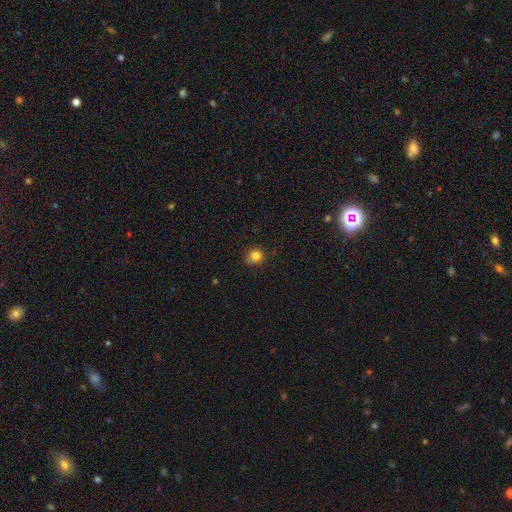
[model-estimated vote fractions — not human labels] Smooth or featured: smooth — 82% (star or artifact — 12%)
How rounded: round — 84% (in between — 15%)
Merging: none — 75% (minor disturbance — 20%)